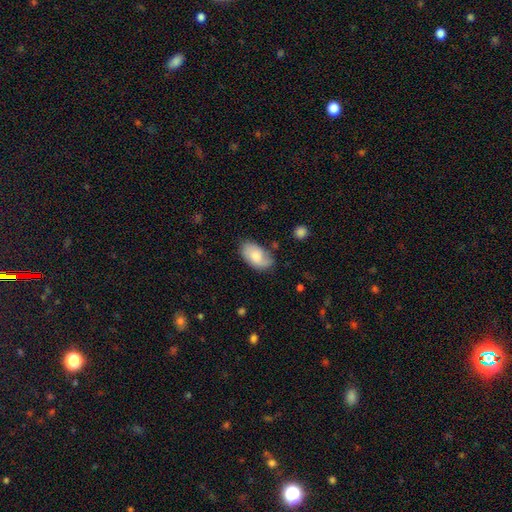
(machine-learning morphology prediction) smooth_or_featured: smooth (p=0.68) [alt: featured or disk p=0.26]
how_rounded: in between (p=0.93) [alt: round p=0.05]
merging: none (p=0.64) [alt: minor disturbance p=0.26]